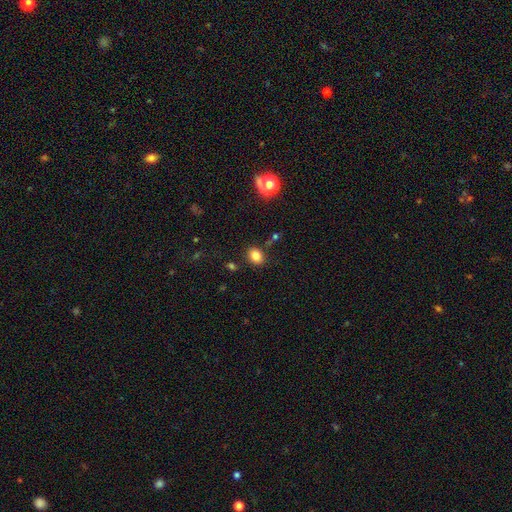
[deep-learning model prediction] A smooth galaxy with no disk features (82%) that is in between round and cigar-shaped (58%).

Vote fractions:
- Smooth or featured? smooth: 82% / star or artifact: 12% / featured or disk: 6%
- How rounded? in between: 58% / round: 41% / cigar-shaped: 1%
- Merging? none: 81% / minor disturbance: 11% / merger: 5% / major disturbance: 3%